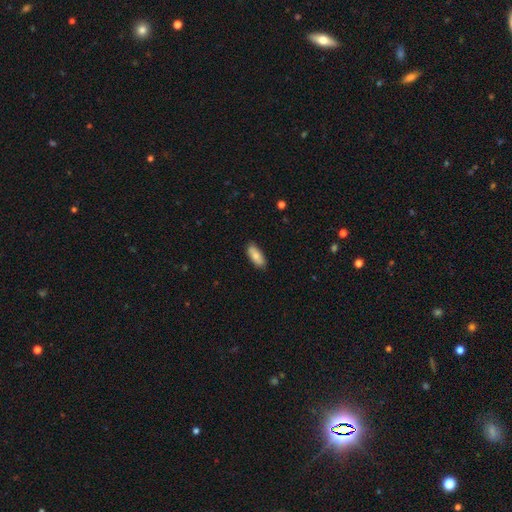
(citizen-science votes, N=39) A smooth galaxy with no disk features (74%) that is in between round and cigar-shaped (72%).

Vote fractions:
- Smooth or featured? smooth: 74% / featured or disk: 18% / star or artifact: 8%
- How rounded? in between: 72% / cigar-shaped: 28% / round: 0%
- Merging? none: 86% / minor disturbance: 6% / major disturbance: 6% / merger: 3%